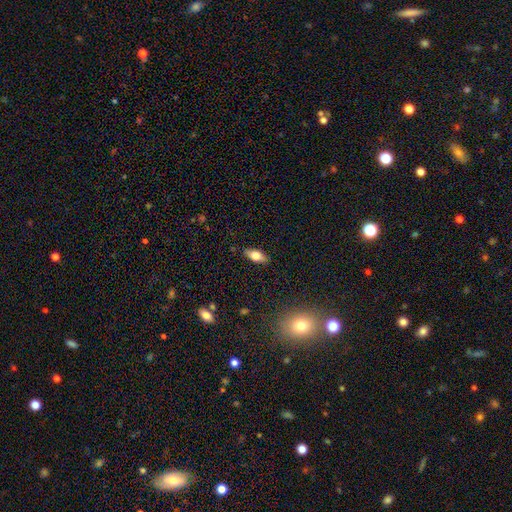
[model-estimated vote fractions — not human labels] smooth-or-featured: smooth: 67% | featured or disk: 25% | star or artifact: 8%
  how-rounded: in between: 81% | cigar-shaped: 14% | round: 4%
  merging: none: 87% | minor disturbance: 10% | major disturbance: 2% | merger: 1%